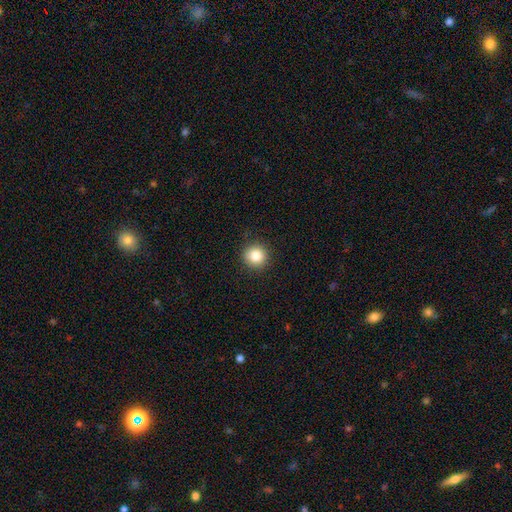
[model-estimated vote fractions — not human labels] smooth_or_featured: smooth (p=0.84) [alt: star or artifact p=0.11]
how_rounded: round (p=0.94) [alt: in between p=0.05]
merging: none (p=0.91) [alt: minor disturbance p=0.07]